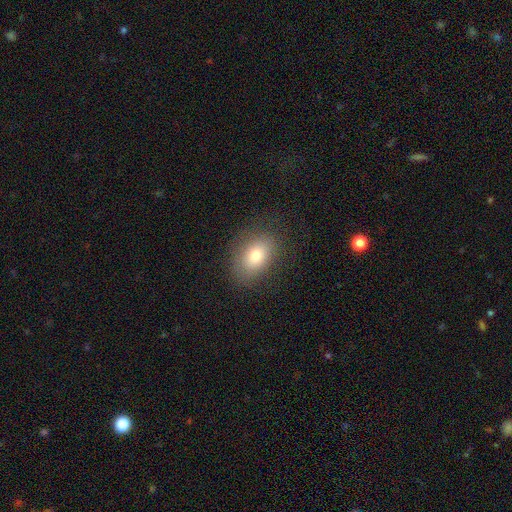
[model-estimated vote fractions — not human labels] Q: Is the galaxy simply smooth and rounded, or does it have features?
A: smooth — 76%.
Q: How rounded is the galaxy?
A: in between — 78%.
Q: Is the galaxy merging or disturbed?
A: none — 82%.